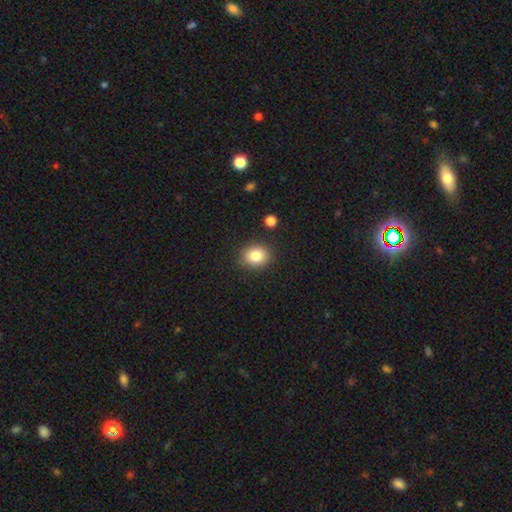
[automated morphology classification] smooth-or-featured: smooth: 83% | star or artifact: 10% | featured or disk: 7%
  how-rounded: round: 65% | in between: 34% | cigar-shaped: 1%
  merging: none: 86% | minor disturbance: 9% | major disturbance: 3% | merger: 2%